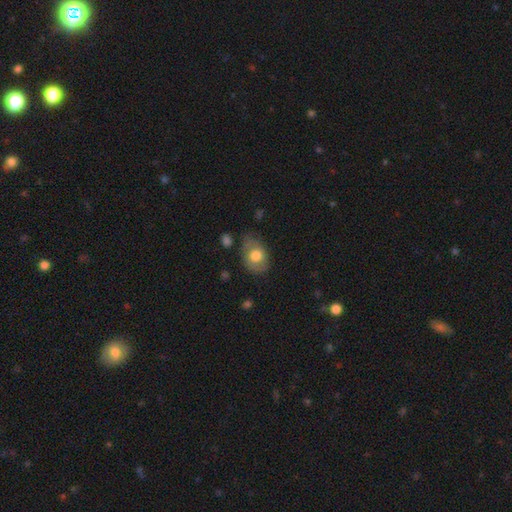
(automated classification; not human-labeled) smooth_or_featured: smooth (p=0.67) [alt: featured or disk p=0.27]
how_rounded: in between (p=0.73) [alt: round p=0.26]
merging: none (p=0.65) [alt: minor disturbance p=0.25]